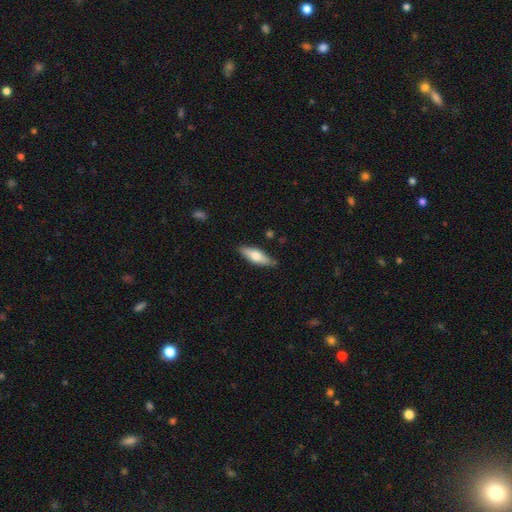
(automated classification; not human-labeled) Smooth or featured? Predicted: smooth (p=0.63). How rounded? Predicted: in between (p=0.51). Merging? Predicted: none (p=0.82).